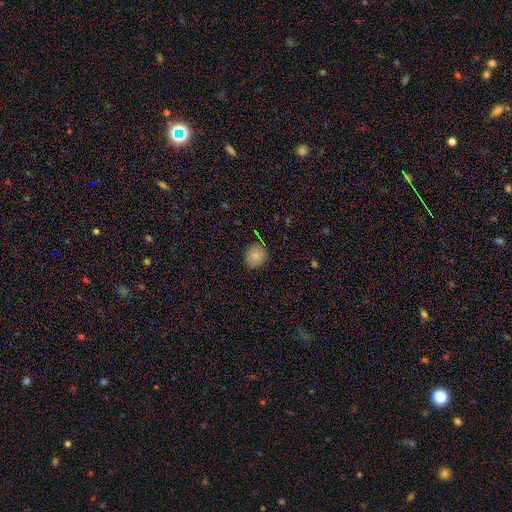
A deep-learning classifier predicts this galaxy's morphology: Smooth or featured? smooth (84%)
How rounded? round (80%)
Merging? none (86%)